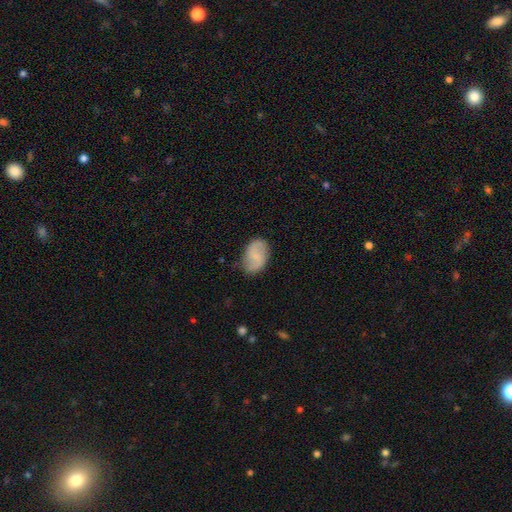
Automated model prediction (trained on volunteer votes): Morphology: type=smooth (49%); merging=none (76%).